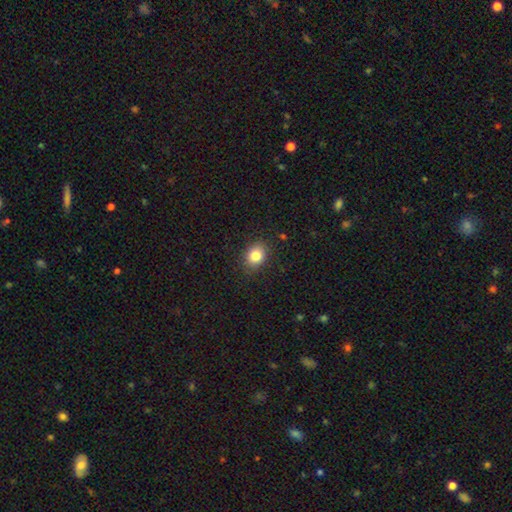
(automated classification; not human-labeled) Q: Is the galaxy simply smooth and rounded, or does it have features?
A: smooth — 82%.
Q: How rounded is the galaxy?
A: in between — 51%.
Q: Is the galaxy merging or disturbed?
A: none — 86%.